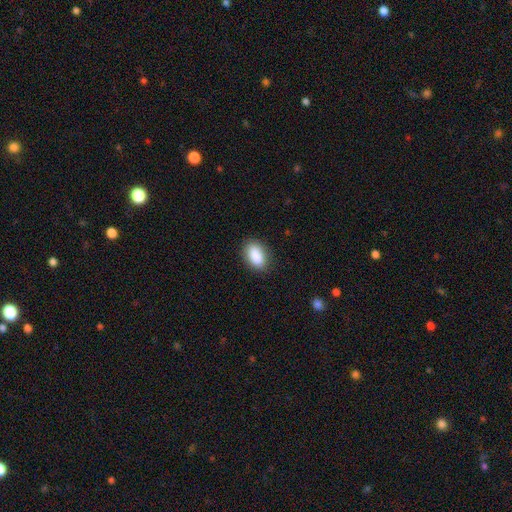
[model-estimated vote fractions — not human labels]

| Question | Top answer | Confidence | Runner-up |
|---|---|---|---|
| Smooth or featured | smooth | 89% | star or artifact (7%) |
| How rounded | in between | 92% | round (6%) |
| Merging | none | 86% | minor disturbance (10%) |